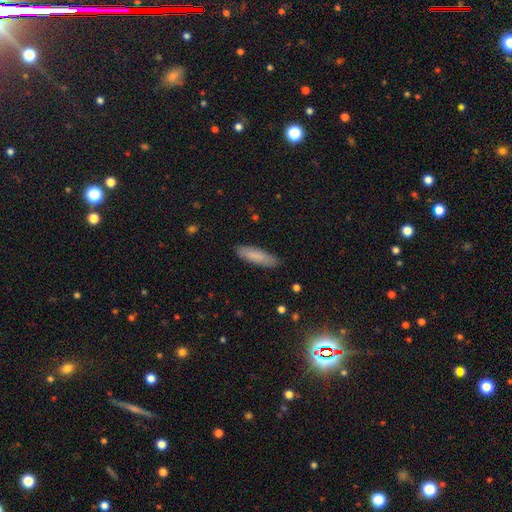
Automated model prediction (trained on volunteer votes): Smooth or featured? smooth (84%)
How rounded? cigar-shaped (65%)
Merging? none (87%)